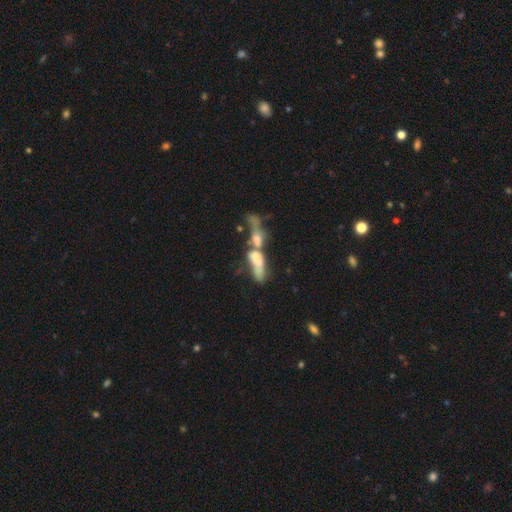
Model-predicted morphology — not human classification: Overall: featured or disk (53%; smooth 31%). Edge-on disk: no (51%; yes 49%). Merging: merger (52%; none 22%).